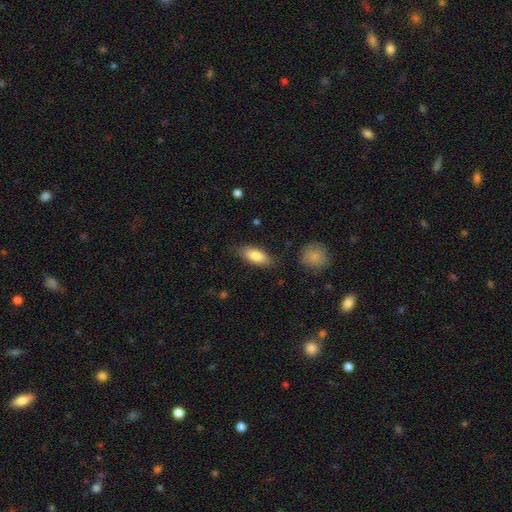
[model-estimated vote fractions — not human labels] The model was most divided on "merging": none: 80%, minor disturbance: 14%, major disturbance: 3%, merger: 2%. More confident: how rounded — in between (84%); smooth or featured — smooth (80%).